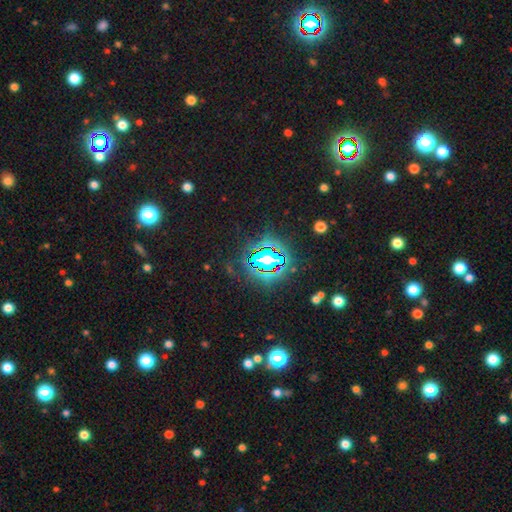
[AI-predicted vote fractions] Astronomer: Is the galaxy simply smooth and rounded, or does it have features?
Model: star or artifact — 75%.